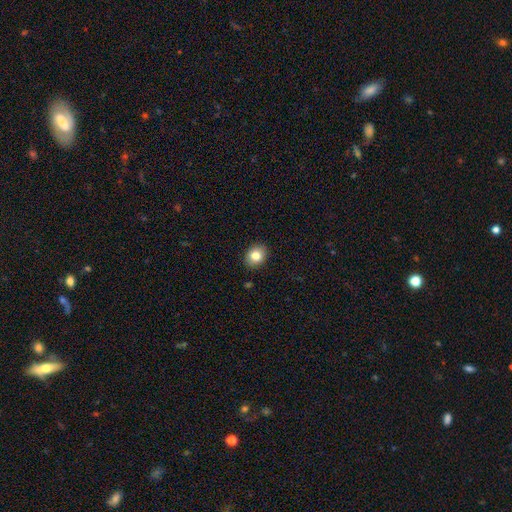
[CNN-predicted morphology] Smooth or featured: smooth — 82% (star or artifact — 9%)
How rounded: in between — 52% (round — 47%)
Merging: none — 89% (minor disturbance — 8%)